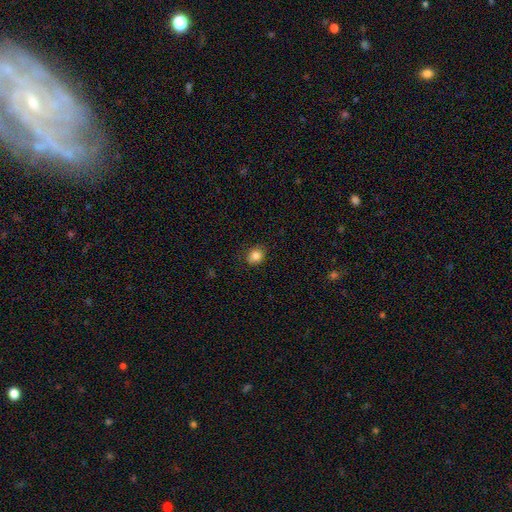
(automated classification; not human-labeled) Morphology: type=smooth (84%); roundness=round (62%); merging=none (81%).